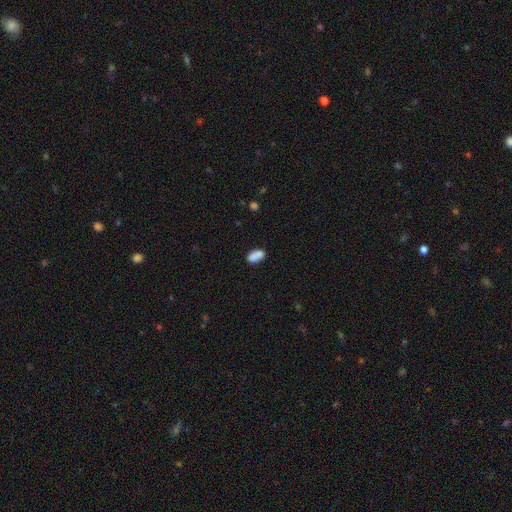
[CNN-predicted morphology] A smooth galaxy with no disk features (81%) that is in between round and cigar-shaped (89%). Merging: none (55%).